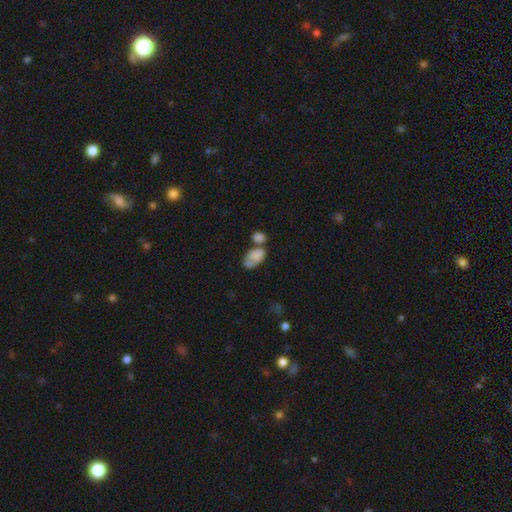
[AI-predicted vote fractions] Smooth or featured? Predicted: smooth (p=0.76). How rounded? Predicted: in between (p=0.90). Merging? Predicted: merger (p=0.47).